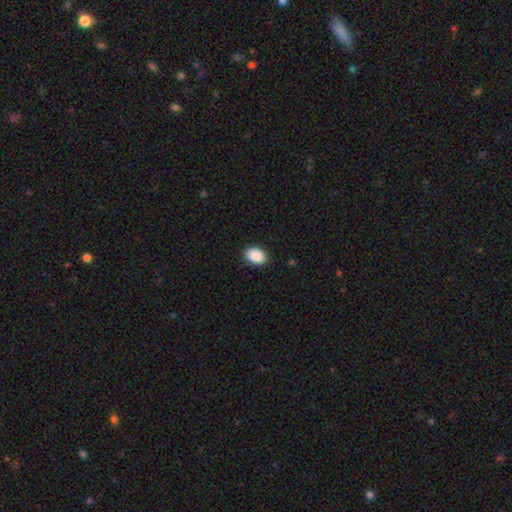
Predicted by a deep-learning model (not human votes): Smooth or featured? Predicted: smooth (p=0.91). How rounded? Predicted: in between (p=0.80). Merging? Predicted: none (p=0.89).